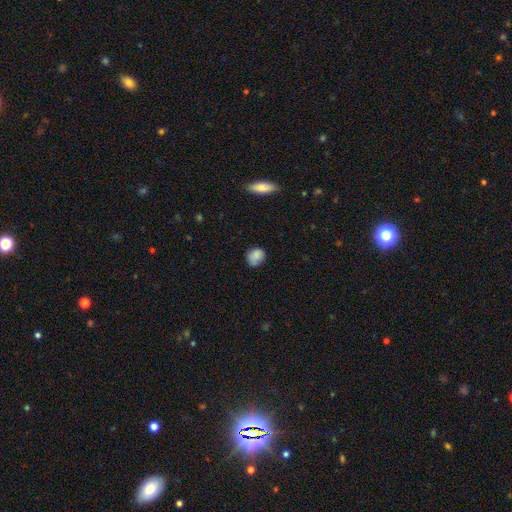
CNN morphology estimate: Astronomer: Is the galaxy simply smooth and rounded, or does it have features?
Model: smooth — 85%.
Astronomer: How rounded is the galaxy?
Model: round — 57% (runner-up: in between, 42%).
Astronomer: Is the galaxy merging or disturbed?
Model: none — 69%.